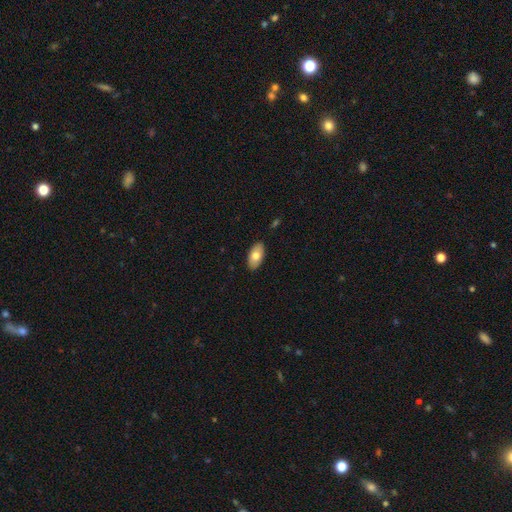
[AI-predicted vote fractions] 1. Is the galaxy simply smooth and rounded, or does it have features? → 75% smooth, 19% featured or disk, 6% star or artifact.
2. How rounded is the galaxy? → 94% in between, 3% cigar-shaped, 3% round.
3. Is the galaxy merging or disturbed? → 88% none, 9% minor disturbance, 2% major disturbance, 1% merger.